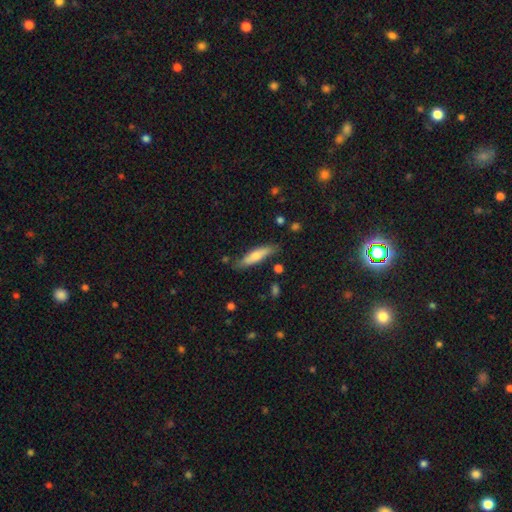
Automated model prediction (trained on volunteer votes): Smooth or featured?
  - smooth: 58% *
  - featured or disk: 35%
  - star or artifact: 7%
How rounded?
  - cigar-shaped: 76% *
  - in between: 22%
  - round: 2%
Merging?
  - none: 80% *
  - minor disturbance: 15%
  - merger: 3%
  - major disturbance: 3%